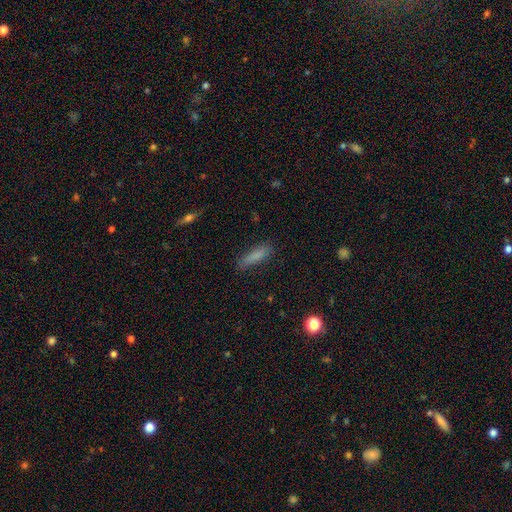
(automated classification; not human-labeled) smooth_or_featured: smooth (p=0.81) [alt: featured or disk p=0.10]
how_rounded: cigar-shaped (p=0.69) [alt: in between p=0.29]
merging: none (p=0.78) [alt: minor disturbance p=0.16]